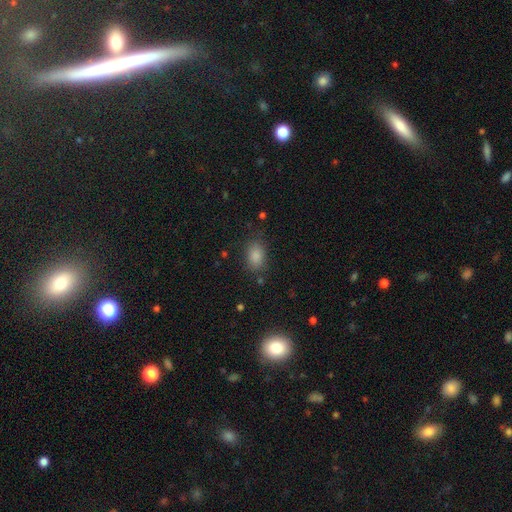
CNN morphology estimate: Smooth or featured? smooth (85%)
How rounded? in between (83%)
Merging? none (78%)